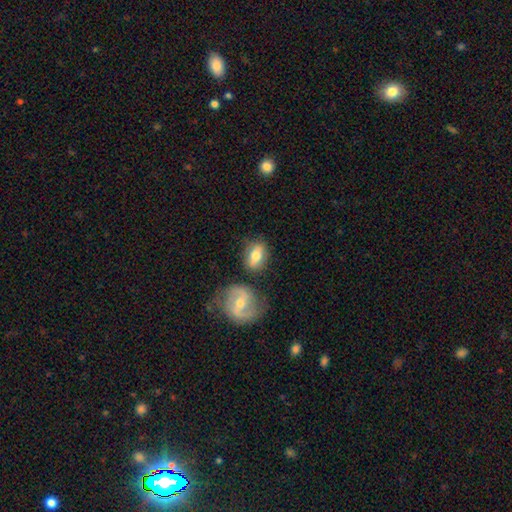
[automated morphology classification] smooth-or-featured: smooth: 61% | featured or disk: 33% | star or artifact: 7%
  how-rounded: in between: 75% | round: 19% | cigar-shaped: 7%
  merging: none: 71% | minor disturbance: 15% | merger: 10% | major disturbance: 4%